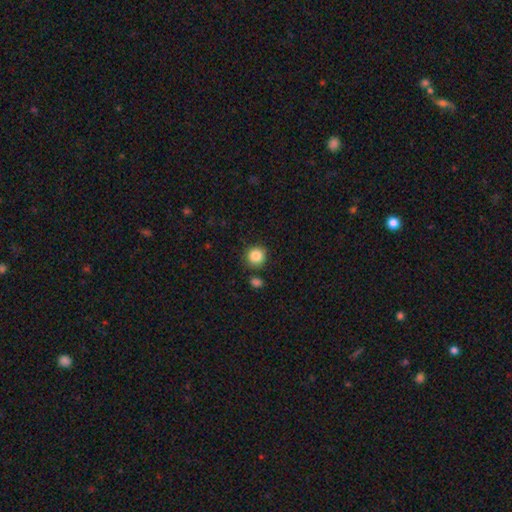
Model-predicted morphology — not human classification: Q: Smooth or featured?
A: smooth (86%); runner-up: star or artifact (10%)
Q: How rounded?
A: round (93%); runner-up: in between (6%)
Q: Merging?
A: none (85%); runner-up: minor disturbance (8%)